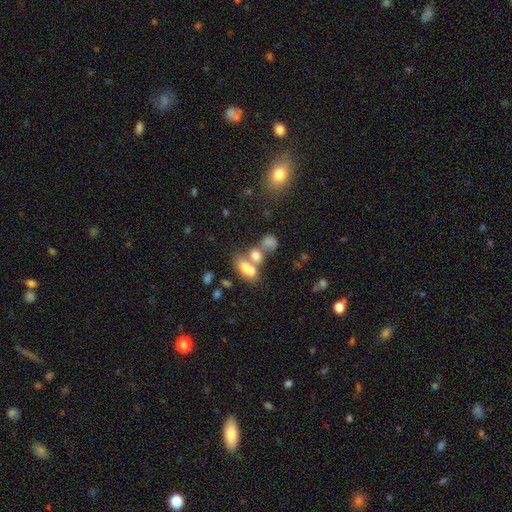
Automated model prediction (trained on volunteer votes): Q: Smooth or featured?
A: smooth (64%); runner-up: featured or disk (24%)
Q: How rounded?
A: in between (71%); runner-up: round (26%)
Q: Merging?
A: merger (61%); runner-up: none (23%)